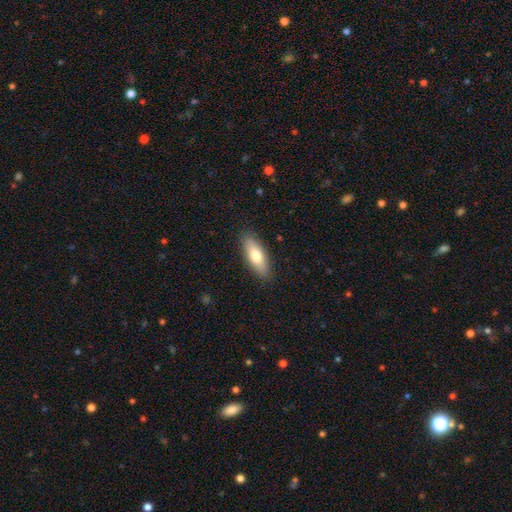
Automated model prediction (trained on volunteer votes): smooth-or-featured: smooth: 73% | featured or disk: 21% | star or artifact: 6%
  how-rounded: in between: 65% | cigar-shaped: 33% | round: 2%
  merging: none: 88% | minor disturbance: 9% | major disturbance: 2% | merger: 1%